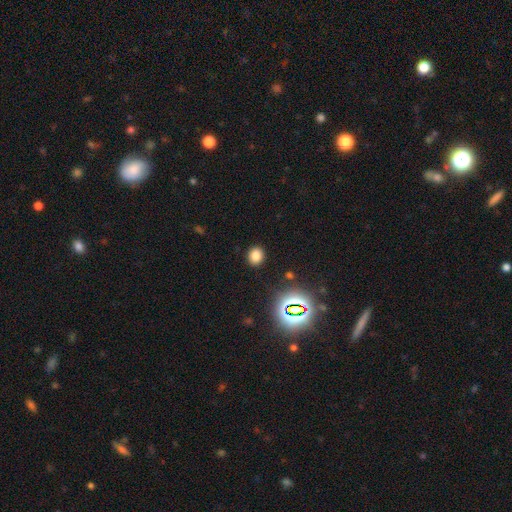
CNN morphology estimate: A smooth galaxy with no disk features (76%) that is round (60%).

Vote fractions:
- Smooth or featured? smooth: 76% / star or artifact: 18% / featured or disk: 6%
- How rounded? round: 60% / in between: 39% / cigar-shaped: 1%
- Merging? none: 89% / minor disturbance: 7% / major disturbance: 3% / merger: 1%